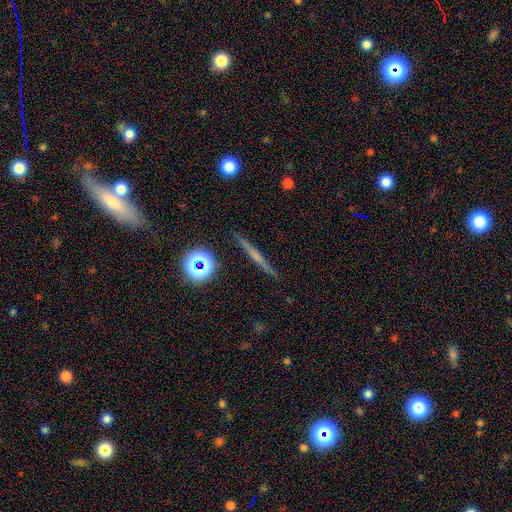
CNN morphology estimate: Smooth or featured? Predicted: featured or disk (p=0.56). Edge-on disk? Predicted: yes (p=0.96). Edge-on bulge? Predicted: none (p=0.44, tied with rounded). Merging? Predicted: none (p=0.90).